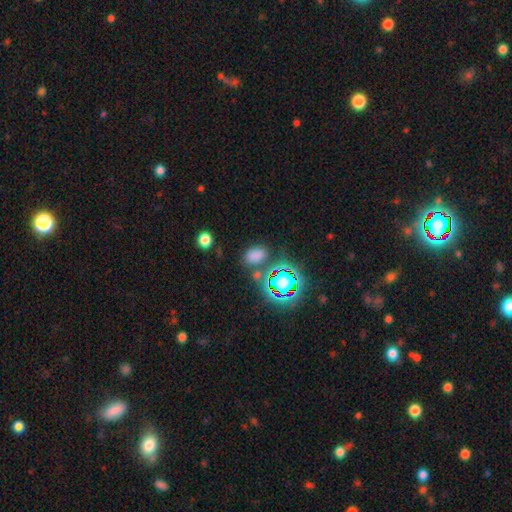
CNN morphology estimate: This is likely a smooth galaxy (68%). How rounded: clearly in between (81%). Merging: likely none (71%).